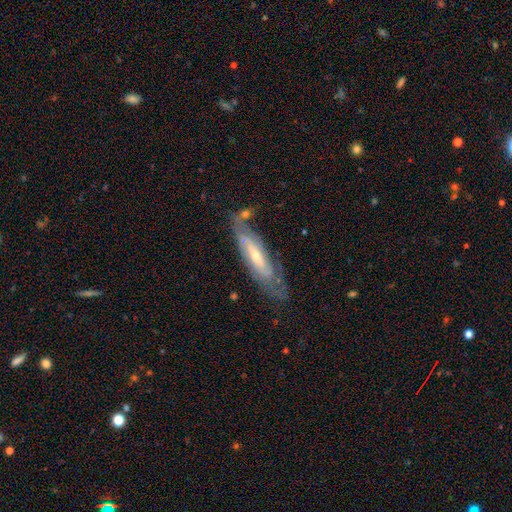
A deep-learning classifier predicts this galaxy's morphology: Overall: featured or disk (70%). Edge-on disk: no (68%; yes 32%). Merging: none (59%; minor disturbance 23%).